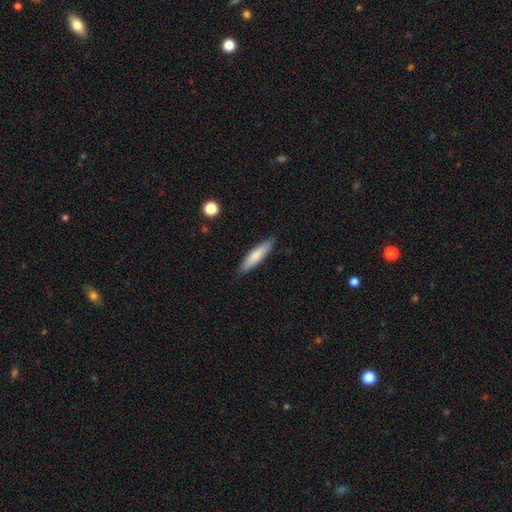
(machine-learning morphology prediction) Smooth or featured? smooth (78%)
How rounded? cigar-shaped (77%)
Merging? none (85%)